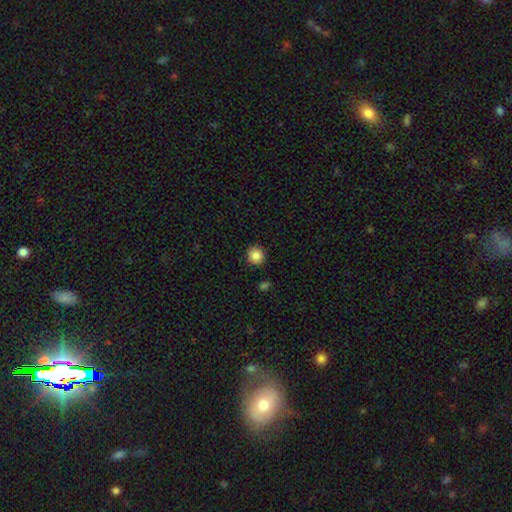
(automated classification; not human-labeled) Overall: smooth (86%). How rounded: round (92%). Merging: none (90%).